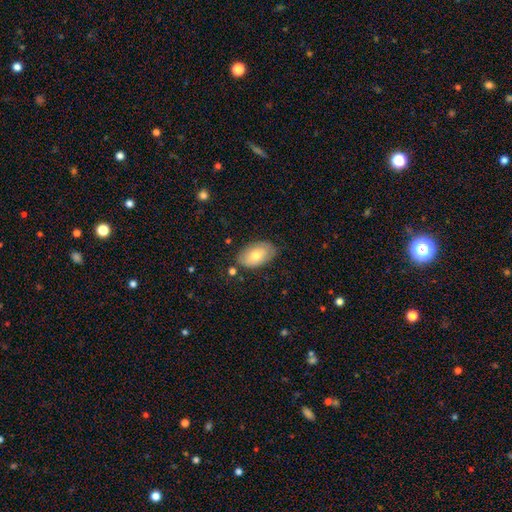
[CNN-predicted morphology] Smooth or featured? Predicted: smooth (p=0.71). How rounded? Predicted: in between (p=0.93). Merging? Predicted: none (p=0.76).